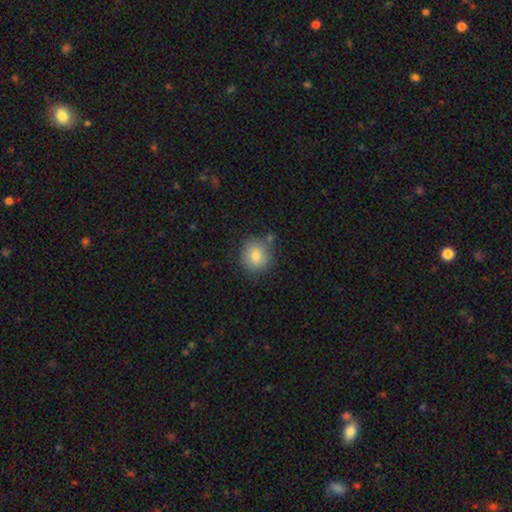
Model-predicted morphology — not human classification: smooth 81%, featured or disk 11%, star or artifact 9%. Down the decision tree: how rounded — round (81%); merging — none (75%).